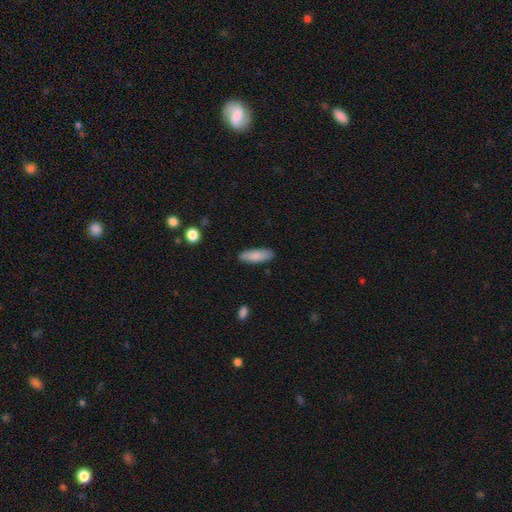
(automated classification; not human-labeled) Q: Smooth or featured?
A: smooth (85%); runner-up: featured or disk (9%)
Q: How rounded?
A: in between (59%); runner-up: cigar-shaped (39%)
Q: Merging?
A: none (86%); runner-up: minor disturbance (11%)